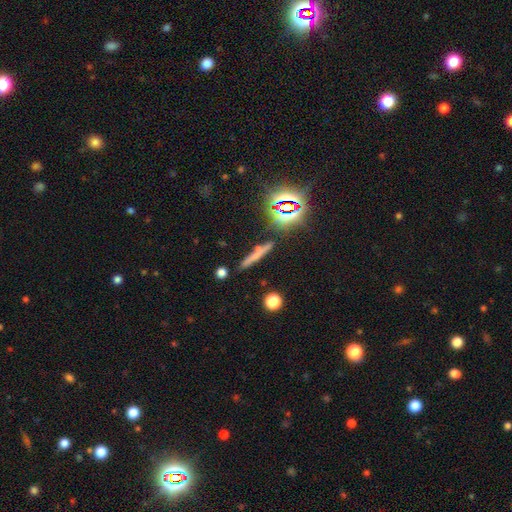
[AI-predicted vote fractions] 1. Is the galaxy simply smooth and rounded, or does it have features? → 56% smooth, 25% featured or disk, 19% star or artifact.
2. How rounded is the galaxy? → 88% cigar-shaped, 6% in between, 6% round.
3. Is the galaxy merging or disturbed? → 80% none, 11% minor disturbance, 6% merger, 3% major disturbance.